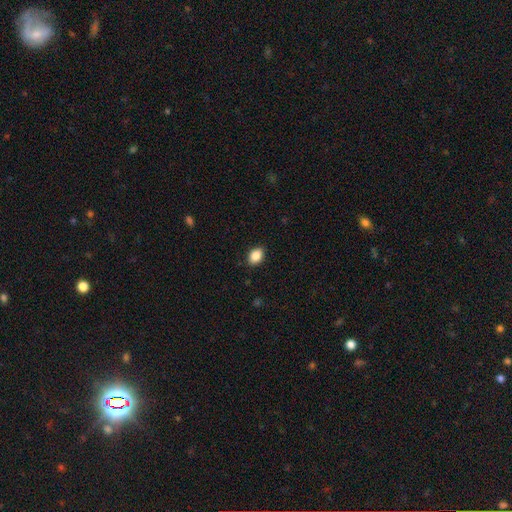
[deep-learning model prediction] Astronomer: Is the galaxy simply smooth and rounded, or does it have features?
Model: smooth — 88%.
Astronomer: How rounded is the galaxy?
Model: in between — 75%.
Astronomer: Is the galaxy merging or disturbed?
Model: none — 88%.